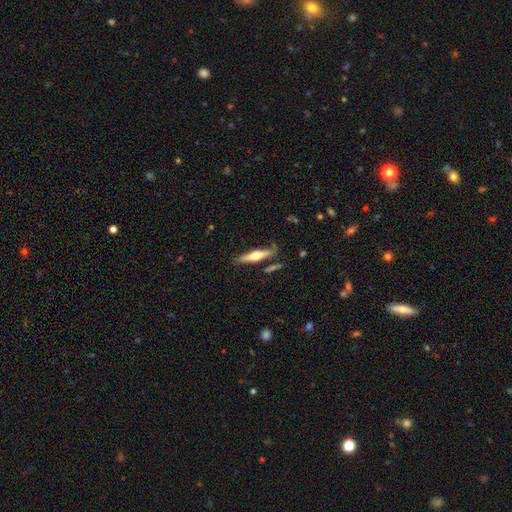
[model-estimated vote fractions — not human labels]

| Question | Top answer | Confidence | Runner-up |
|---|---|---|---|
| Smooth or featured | featured or disk | 54% | smooth (40%) |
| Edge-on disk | yes | 93% | no (7%) |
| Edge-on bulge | rounded | 92% | none (5%) |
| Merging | none | 75% | minor disturbance (15%) |